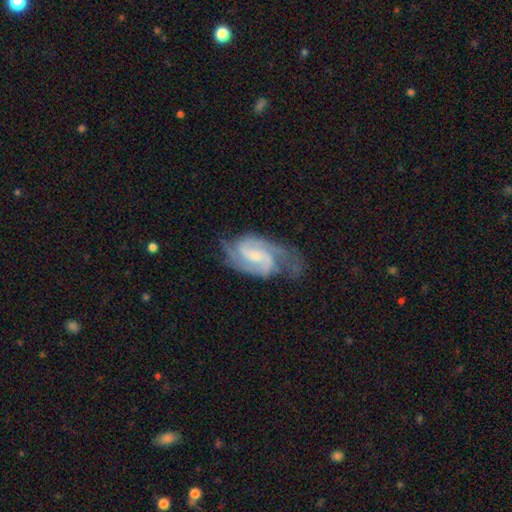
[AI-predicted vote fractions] Smooth or featured: featured or disk — 90% (smooth — 6%)
Edge-on disk: no — 97% (yes — 3%)
Bar: weak — 53% (no — 31%)
Spiral arms: yes — 98% (no — 2%)
Spiral winding: medium — 53% (tight — 36%)
Spiral arm count: 2 — 76% (3 — 12%)
Bulge size: small — 52% (moderate — 32%)
Merging: none — 65% (minor disturbance — 23%)